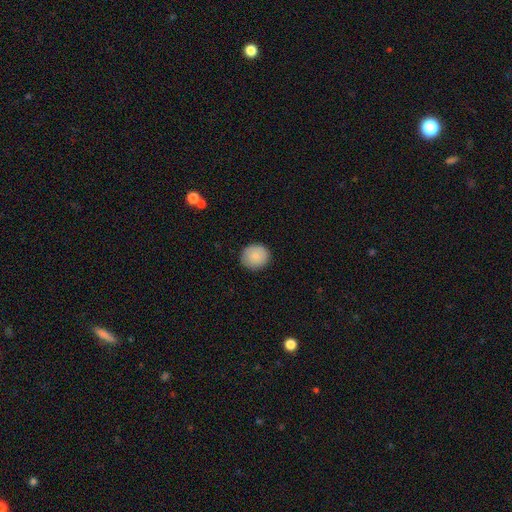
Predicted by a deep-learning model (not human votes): smooth_or_featured: smooth (p=0.86) [alt: featured or disk p=0.07]
how_rounded: round (p=0.88) [alt: in between p=0.11]
merging: none (p=0.89) [alt: minor disturbance p=0.08]